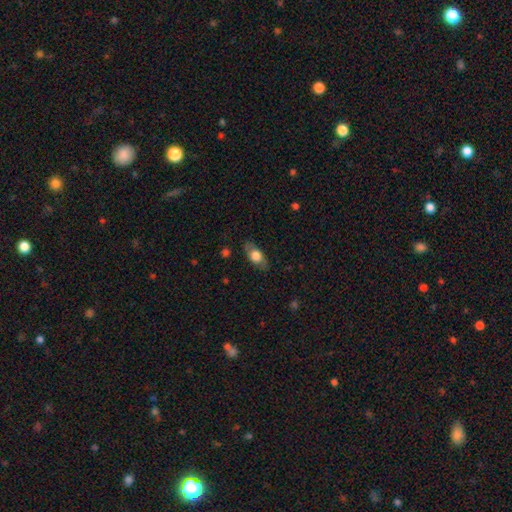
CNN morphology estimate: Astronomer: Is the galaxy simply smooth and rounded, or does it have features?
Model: smooth — 68%.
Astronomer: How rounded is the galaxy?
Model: in between — 82%.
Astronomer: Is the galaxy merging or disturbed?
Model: none — 80%.